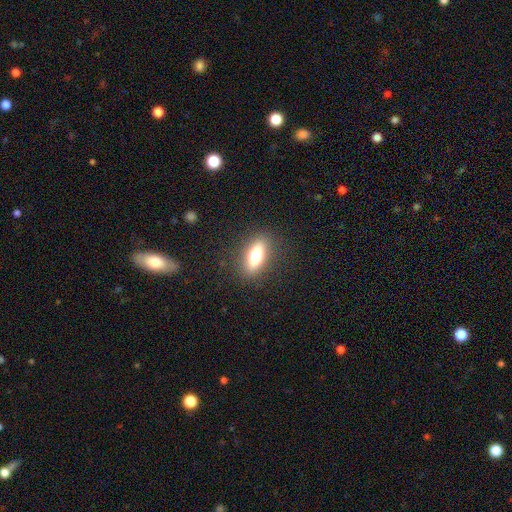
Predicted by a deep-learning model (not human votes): Smooth or featured? Predicted: smooth (p=0.65). How rounded? Predicted: in between (p=0.64). Merging? Predicted: none (p=0.87).